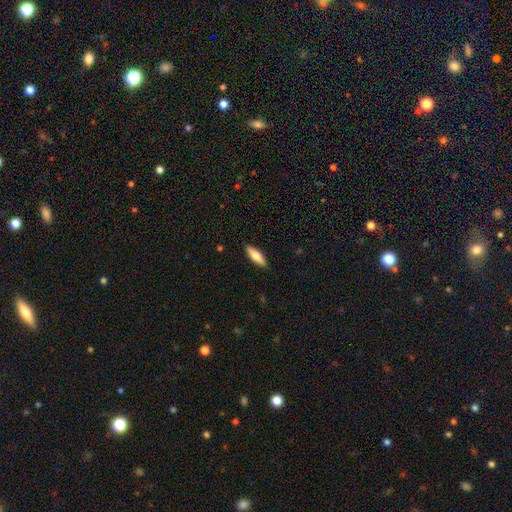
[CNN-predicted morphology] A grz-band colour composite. It shows a smooth galaxy with no disk features (70%) that is in between round and cigar-shaped (49%, tied with cigar-shaped). Merging: none (88%).